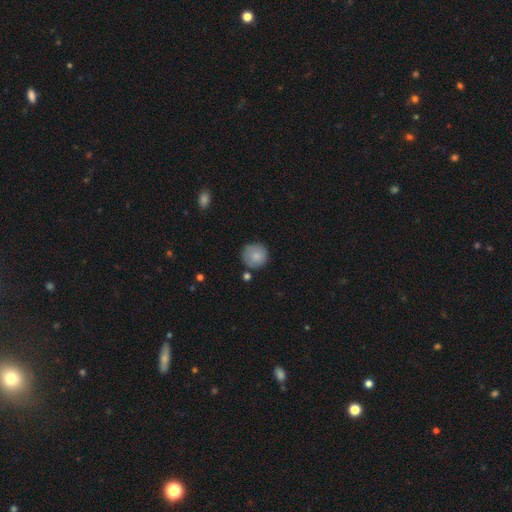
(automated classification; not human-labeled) smooth-or-featured: smooth: 84% | featured or disk: 8% | star or artifact: 8%
  how-rounded: round: 93% | in between: 6% | cigar-shaped: 1%
  merging: none: 76% | minor disturbance: 15% | merger: 5% | major disturbance: 3%